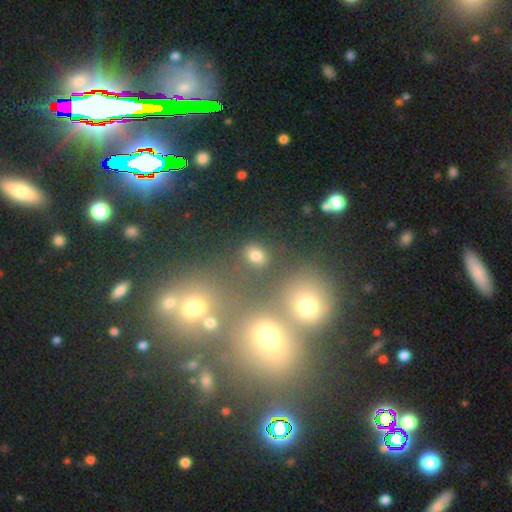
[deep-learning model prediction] Overall: smooth (72%). How rounded: round (50%; in between 48%). Merging: none (80%).